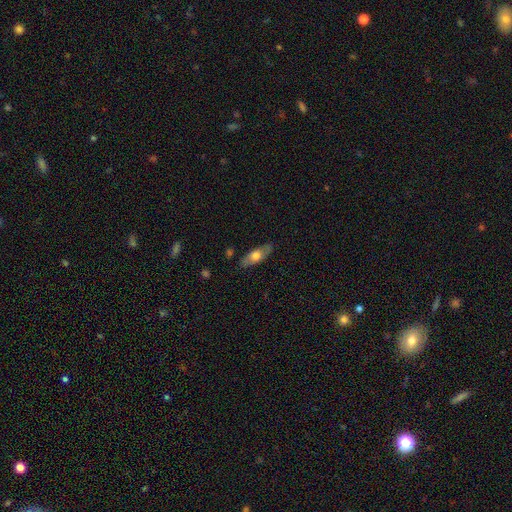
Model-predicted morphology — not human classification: Q: Smooth or featured?
A: smooth (56%); runner-up: featured or disk (38%)
Q: How rounded?
A: in between (70%); runner-up: cigar-shaped (26%)
Q: Merging?
A: none (81%); runner-up: minor disturbance (15%)